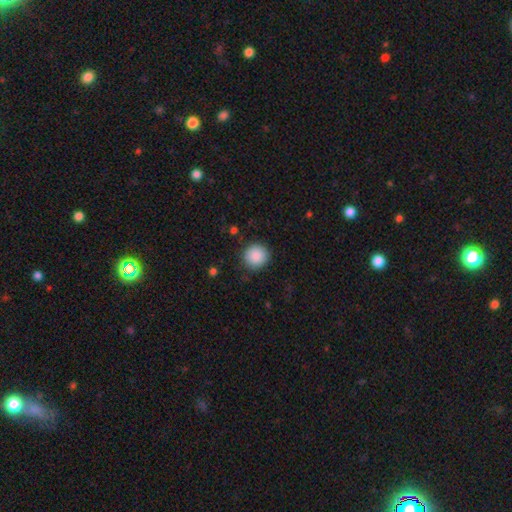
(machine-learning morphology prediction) Smooth or featured? Predicted: smooth (p=0.89). How rounded? Predicted: round (p=0.93). Merging? Predicted: none (p=0.88).